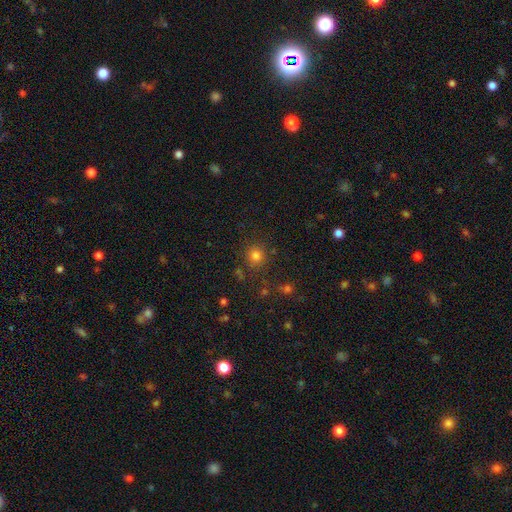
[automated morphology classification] Smooth or featured: smooth — 79% (star or artifact — 15%)
How rounded: round — 91% (in between — 8%)
Merging: none — 82% (minor disturbance — 9%)